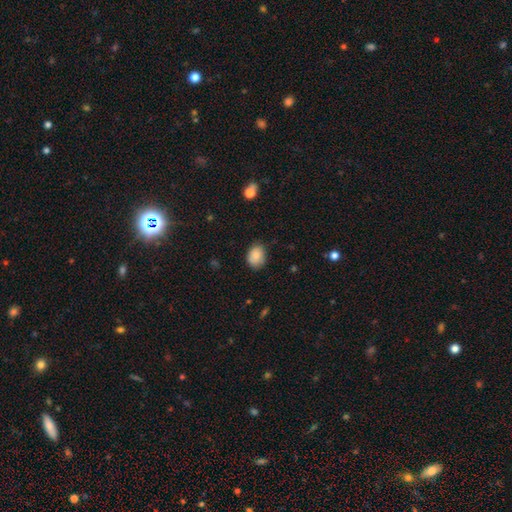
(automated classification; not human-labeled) A smooth galaxy with no disk features (85%) that is in between round and cigar-shaped (59%).

Vote fractions:
- Smooth or featured? smooth: 85% / star or artifact: 8% / featured or disk: 7%
- How rounded? in between: 59% / round: 40% / cigar-shaped: 1%
- Merging? none: 75% / minor disturbance: 20% / major disturbance: 4% / merger: 1%